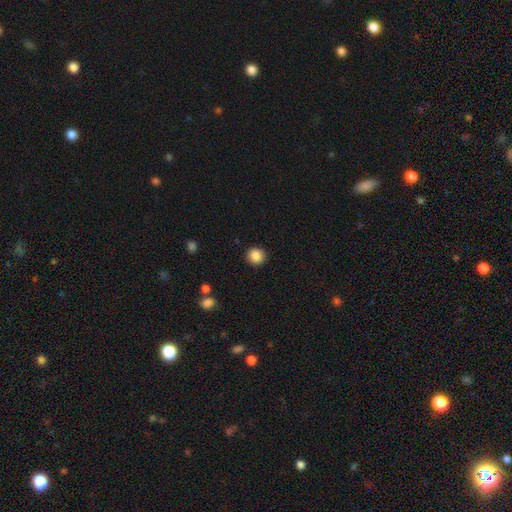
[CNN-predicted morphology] smooth 87%, star or artifact 9%, featured or disk 4%. Down the decision tree: how rounded — round (90%); merging — none (91%).